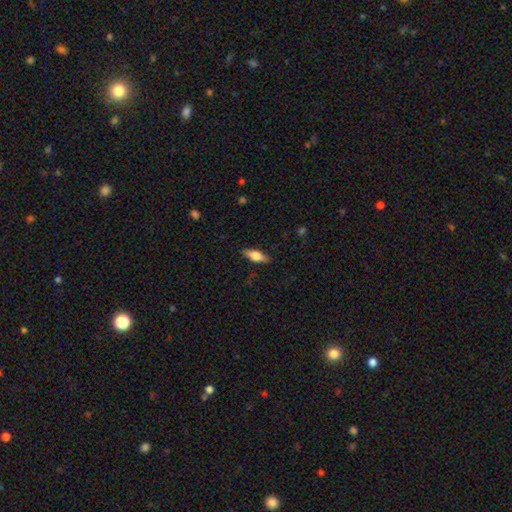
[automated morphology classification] Smooth or featured: smooth — 64% (featured or disk — 30%)
How rounded: in between — 66% (cigar-shaped — 31%)
Merging: none — 87% (minor disturbance — 10%)